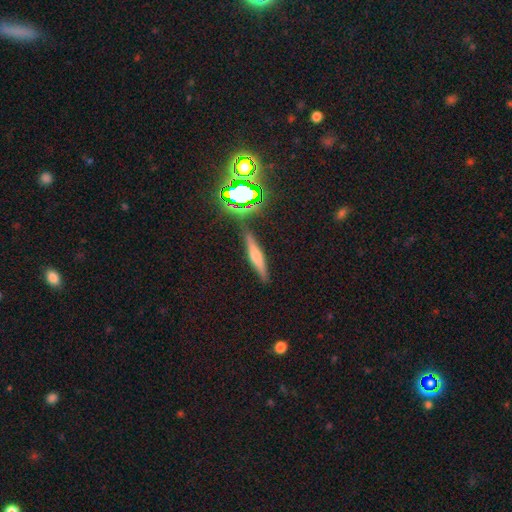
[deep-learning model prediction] A smooth galaxy with no disk features (42%).

Vote fractions:
- Smooth or featured? smooth: 42% / featured or disk: 41% / star or artifact: 17%
- Merging? none: 86% / minor disturbance: 9% / merger: 3% / major disturbance: 2%